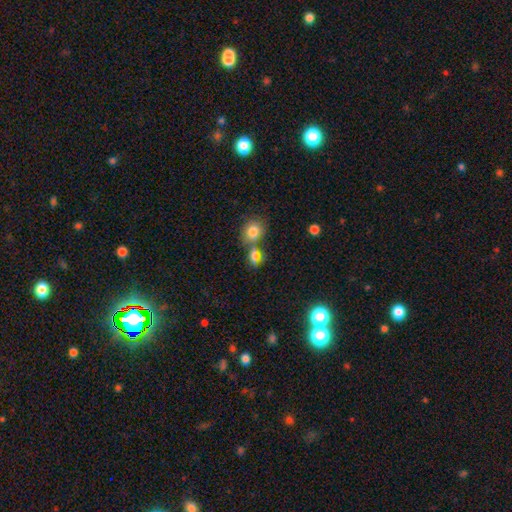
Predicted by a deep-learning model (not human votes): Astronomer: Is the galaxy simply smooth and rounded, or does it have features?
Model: smooth — 72%.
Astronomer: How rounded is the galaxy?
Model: in between — 66%.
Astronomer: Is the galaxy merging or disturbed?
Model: none — 47% (runner-up: merger, 36%).